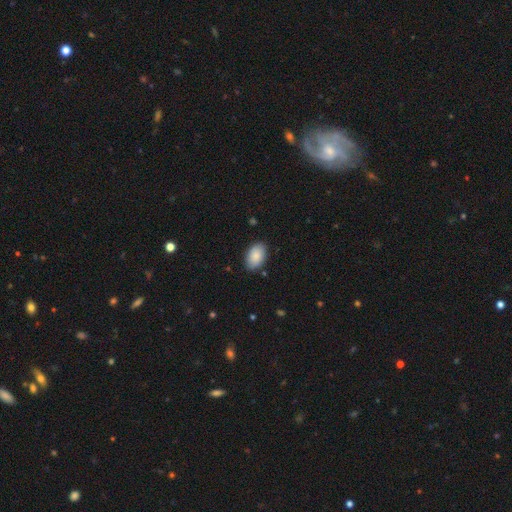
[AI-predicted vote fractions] A smooth galaxy with no disk features (88%) that is in between round and cigar-shaped (92%).

Vote fractions:
- Smooth or featured? smooth: 88% / star or artifact: 6% / featured or disk: 6%
- How rounded? in between: 92% / round: 7% / cigar-shaped: 1%
- Merging? none: 85% / minor disturbance: 12% / major disturbance: 2% / merger: 1%